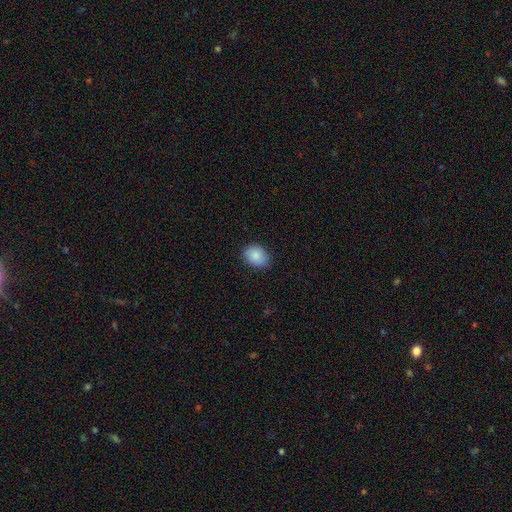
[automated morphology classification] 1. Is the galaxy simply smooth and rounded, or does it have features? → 88% smooth, 7% star or artifact, 5% featured or disk.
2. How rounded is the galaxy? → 62% in between, 37% round, 1% cigar-shaped.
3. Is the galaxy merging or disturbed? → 85% none, 11% minor disturbance, 2% major disturbance, 1% merger.